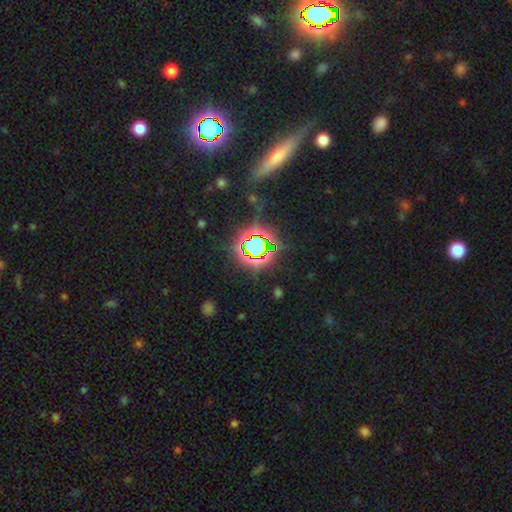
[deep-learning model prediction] smooth-or-featured: star or artifact: 71% | smooth: 19% | featured or disk: 10%